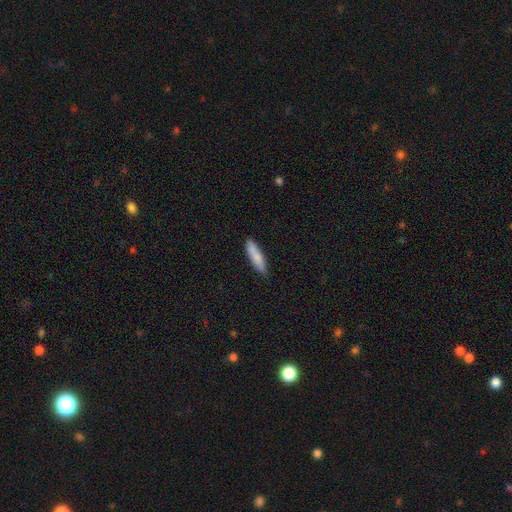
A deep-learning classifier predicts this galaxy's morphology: This appears to be a smooth galaxy with no disk features (81%) that is cigar-shaped (70%). Merging: none (84%).